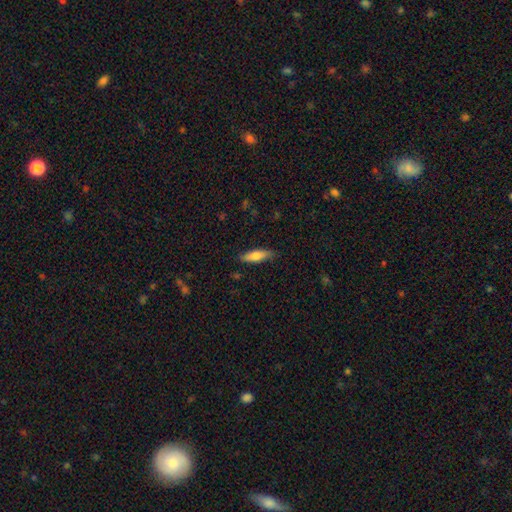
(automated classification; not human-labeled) A smooth galaxy with no disk features (71%) that is cigar-shaped (56%). Merging: none (86%).